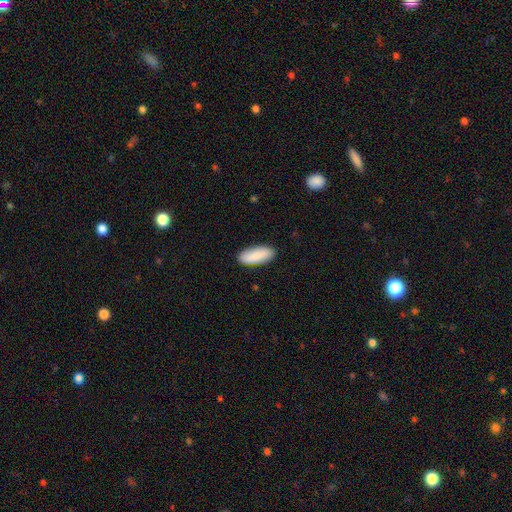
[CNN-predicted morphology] Smooth or featured: smooth — 89% (featured or disk — 6%)
How rounded: in between — 80% (cigar-shaped — 19%)
Merging: none — 89% (minor disturbance — 8%)